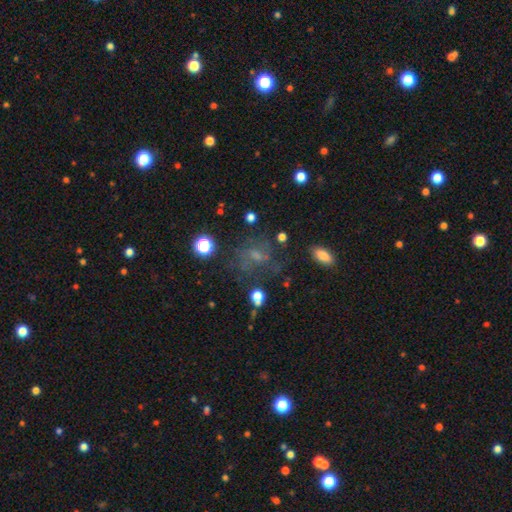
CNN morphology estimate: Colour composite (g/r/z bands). It shows a smooth galaxy with no disk features (36%). Merging: none (59%).